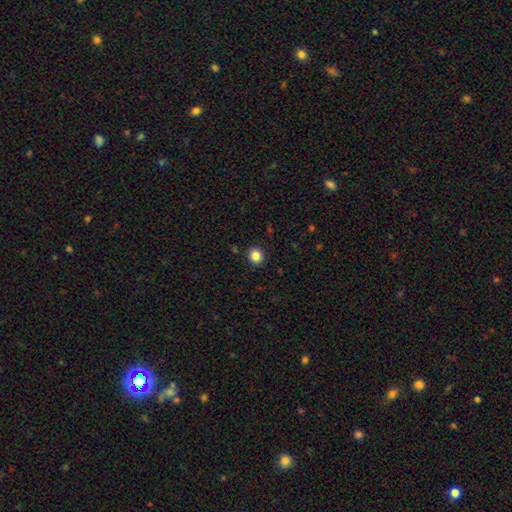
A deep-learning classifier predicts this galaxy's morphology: A smooth galaxy with no disk features (84%) that is round (81%). Merging: none (91%).